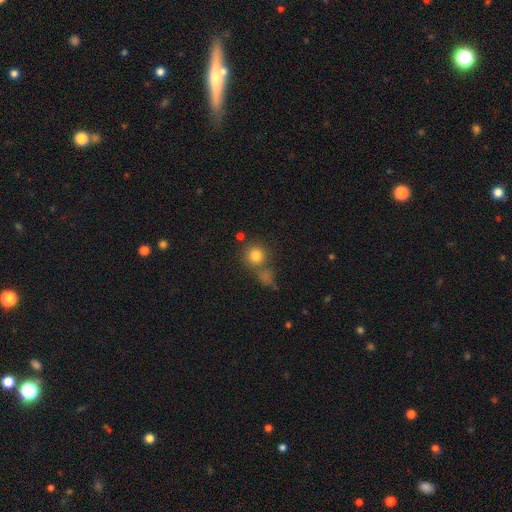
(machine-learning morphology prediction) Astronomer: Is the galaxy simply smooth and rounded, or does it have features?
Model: smooth — 80%.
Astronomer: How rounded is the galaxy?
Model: round — 90%.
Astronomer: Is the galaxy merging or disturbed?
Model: none — 65%.